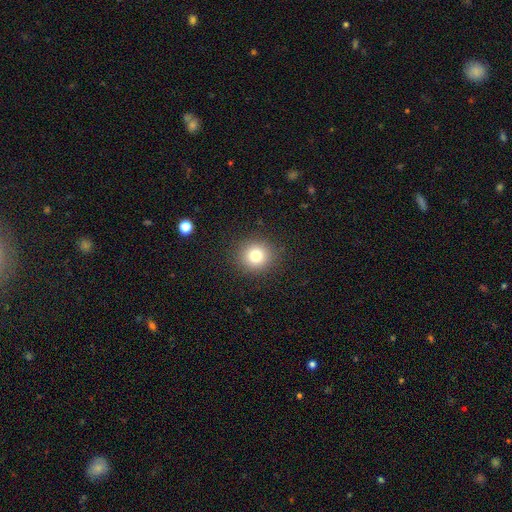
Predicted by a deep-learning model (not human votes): A smooth galaxy with no disk features (78%) that is round (90%).

Vote fractions:
- Smooth or featured? smooth: 78% / star or artifact: 13% / featured or disk: 9%
- How rounded? round: 90% / in between: 9% / cigar-shaped: 1%
- Merging? none: 90% / minor disturbance: 6% / major disturbance: 3% / merger: 1%